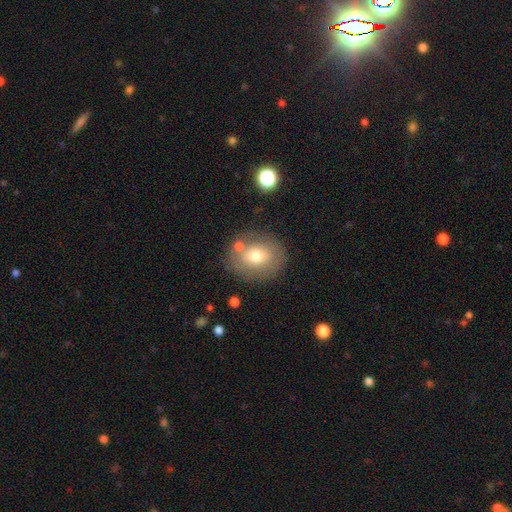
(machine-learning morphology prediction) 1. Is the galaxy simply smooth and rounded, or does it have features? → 69% smooth, 21% featured or disk, 10% star or artifact.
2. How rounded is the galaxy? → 67% round, 32% in between, 1% cigar-shaped.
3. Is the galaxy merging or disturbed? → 76% none, 12% minor disturbance, 7% merger, 4% major disturbance.